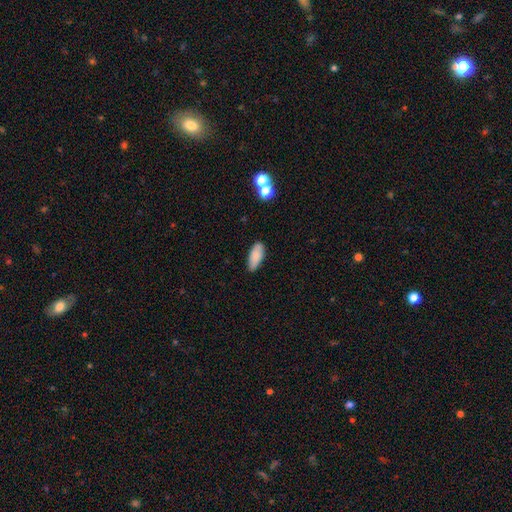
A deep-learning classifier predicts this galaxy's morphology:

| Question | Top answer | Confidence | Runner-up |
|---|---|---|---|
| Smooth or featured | smooth | 85% | featured or disk (8%) |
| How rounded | in between | 81% | cigar-shaped (17%) |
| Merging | none | 81% | minor disturbance (14%) |